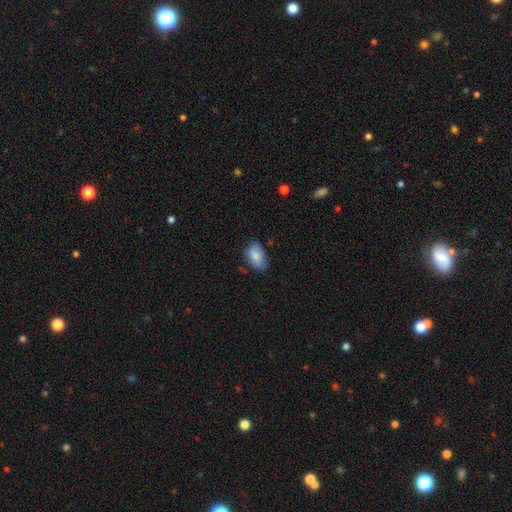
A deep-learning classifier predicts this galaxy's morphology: smooth_or_featured: smooth (p=0.87) [alt: star or artifact p=0.07]
how_rounded: in between (p=0.91) [alt: round p=0.07]
merging: none (p=0.68) [alt: minor disturbance p=0.25]